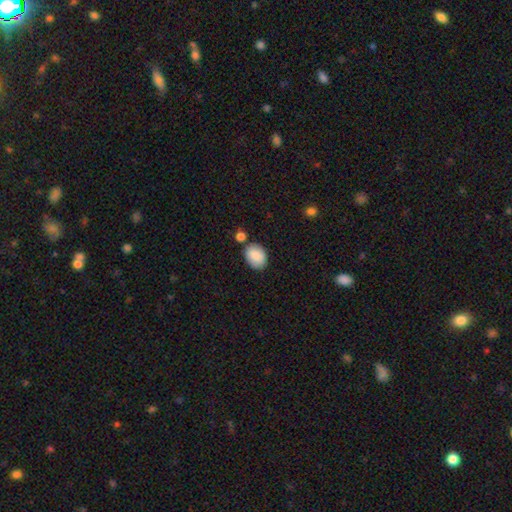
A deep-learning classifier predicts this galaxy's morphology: This is clearly a smooth galaxy (88%). How rounded: likely in between (70%). Merging: likely none (71%).